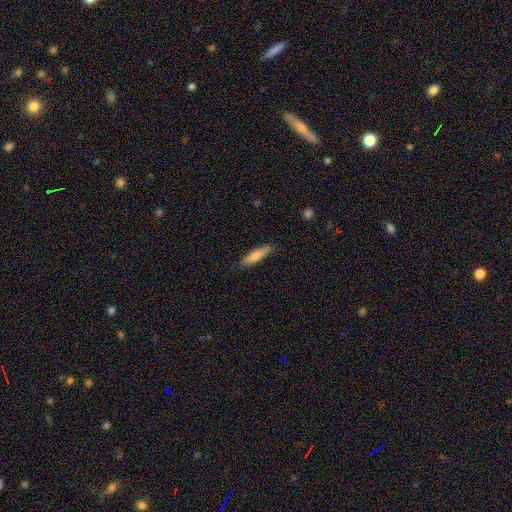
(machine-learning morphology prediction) Smooth or featured? Predicted: smooth (p=0.80). How rounded? Predicted: cigar-shaped (p=0.69). Merging? Predicted: none (p=0.86).